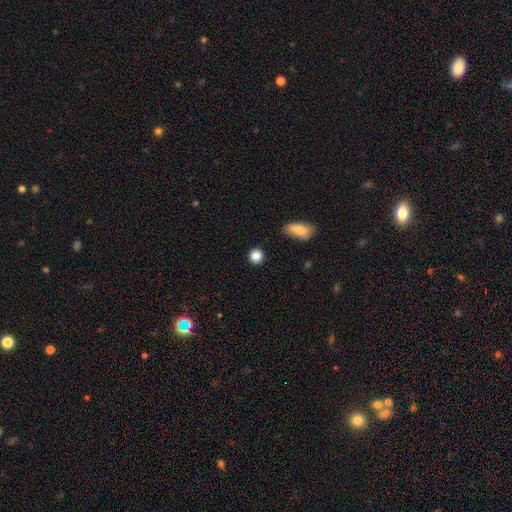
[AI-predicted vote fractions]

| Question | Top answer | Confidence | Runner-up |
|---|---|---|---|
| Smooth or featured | smooth | 86% | star or artifact (10%) |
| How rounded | round | 90% | in between (9%) |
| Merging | none | 89% | minor disturbance (7%) |